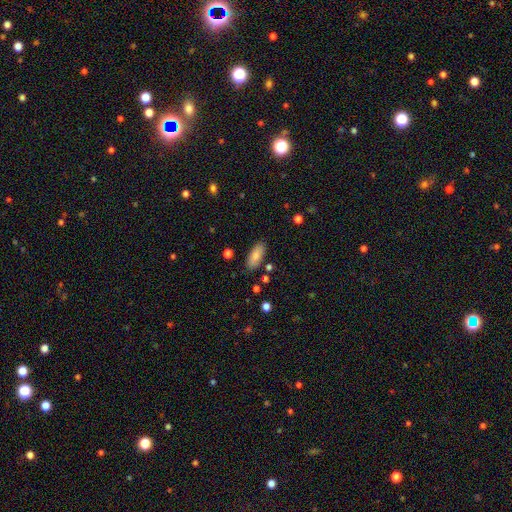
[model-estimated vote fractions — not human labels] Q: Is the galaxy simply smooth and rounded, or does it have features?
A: smooth — 84%.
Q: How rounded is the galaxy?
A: in between — 85%.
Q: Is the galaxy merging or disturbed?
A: none — 85%.